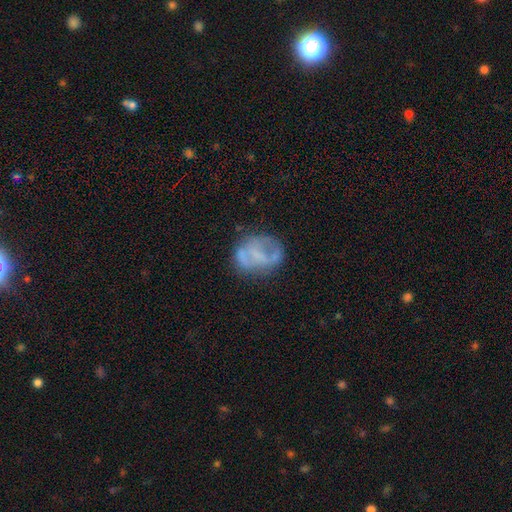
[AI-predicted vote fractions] Morphology: type=featured or disk (54%); edge-on=no (97%); bar=no (53%); spiral arms=no (68%); bulge=none (61%); merging=none (56%).